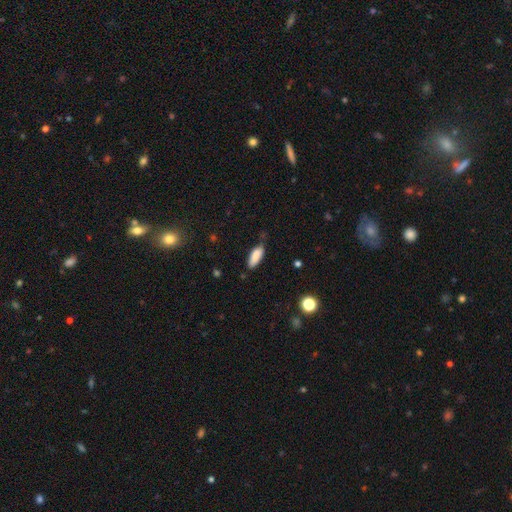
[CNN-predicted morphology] type=smooth (86%); roundness=in between (71%); merging=none (74%).